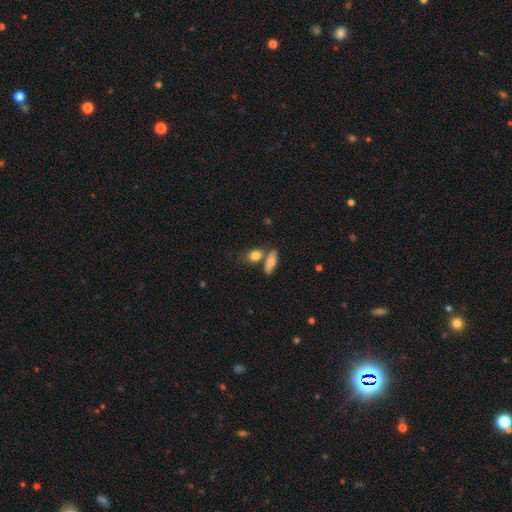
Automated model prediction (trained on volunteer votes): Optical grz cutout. It shows a smooth galaxy with no disk features (84%) that is in between round and cigar-shaped (63%). Merging: none (57%).